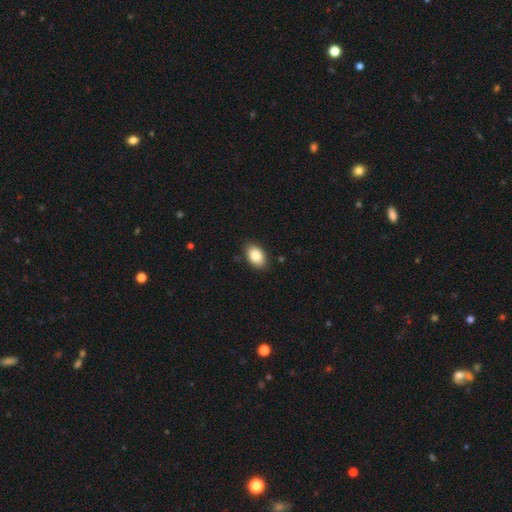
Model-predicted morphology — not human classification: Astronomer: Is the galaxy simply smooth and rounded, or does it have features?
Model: smooth — 87%.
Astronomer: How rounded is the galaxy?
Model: in between — 90%.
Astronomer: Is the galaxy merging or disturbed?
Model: none — 87%.